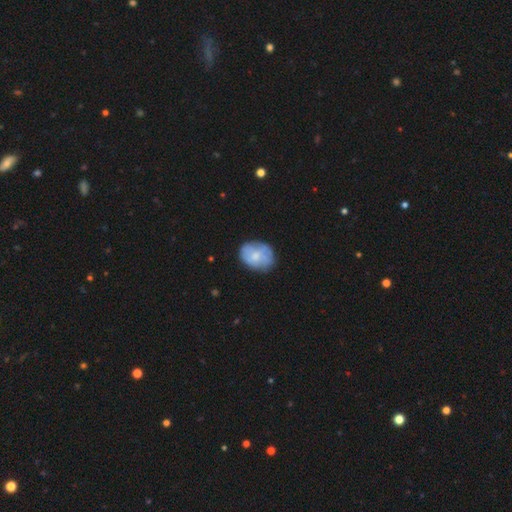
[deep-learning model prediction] smooth_or_featured: smooth (p=0.59) [alt: featured or disk p=0.34]
how_rounded: in between (p=0.62) [alt: round p=0.37]
merging: none (p=0.68) [alt: minor disturbance p=0.23]